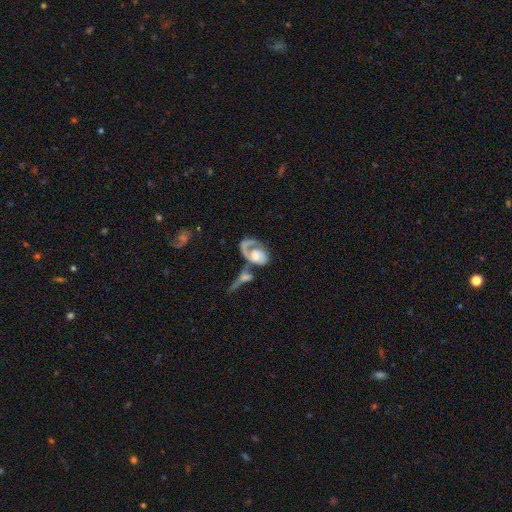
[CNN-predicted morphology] This appears to be a featured or disk galaxy (68%) with no bar (78%), spiral arms (77%) and a moderate central bulge (36%). Merging: merger (37%).